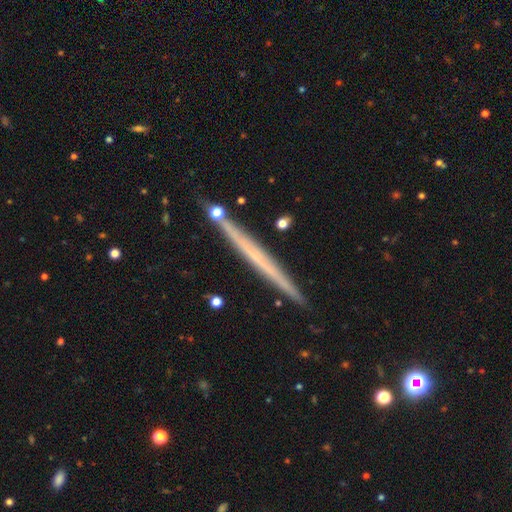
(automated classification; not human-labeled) A featured or disk galaxy (57%) viewed edge-on (97%) with no central bulge (89%).

Vote fractions:
- Smooth or featured? featured or disk: 57% / smooth: 36% / star or artifact: 7%
- Edge-on disk? yes: 97% / no: 3%
- Edge-on bulge? none: 89% / rounded: 8% / boxy: 3%
- Merging? none: 88% / minor disturbance: 7% / merger: 3% / major disturbance: 1%